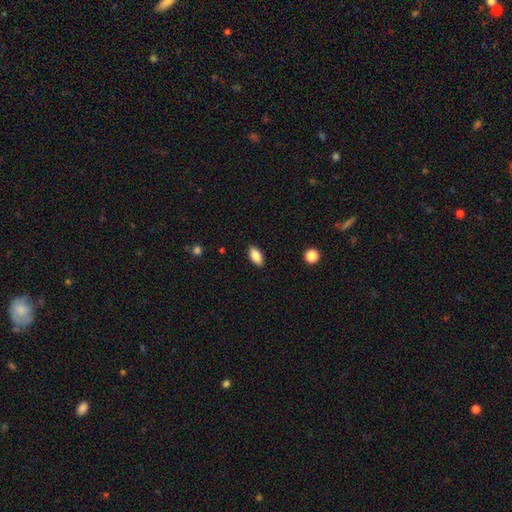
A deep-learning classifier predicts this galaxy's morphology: Smooth or featured? smooth (85%)
How rounded? in between (91%)
Merging? none (88%)